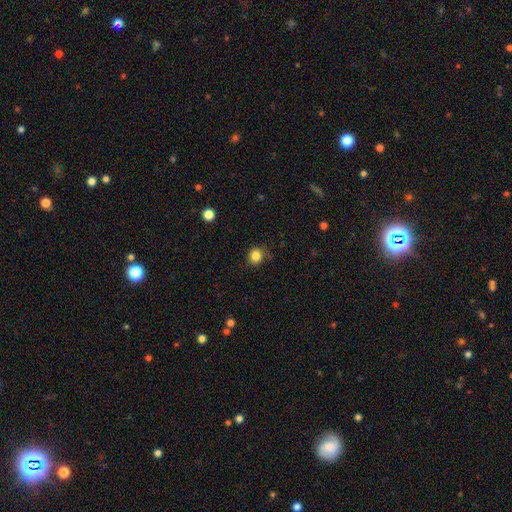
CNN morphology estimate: Smooth or featured? Predicted: smooth (p=0.84). How rounded? Predicted: round (p=0.80). Merging? Predicted: none (p=0.77).